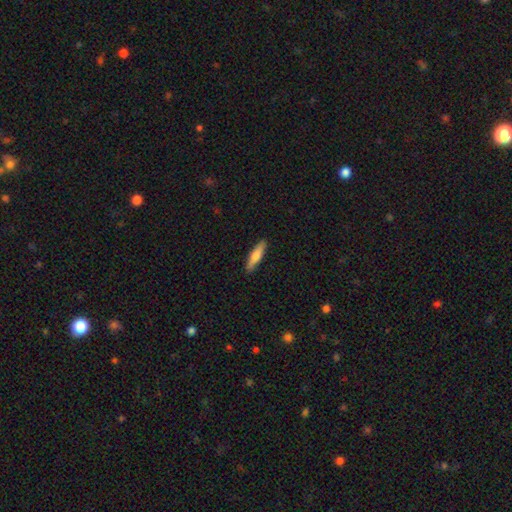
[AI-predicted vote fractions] smooth_or_featured: smooth (p=0.67) [alt: featured or disk p=0.28]
how_rounded: cigar-shaped (p=0.80) [alt: in between p=0.18]
merging: none (p=0.89) [alt: minor disturbance p=0.09]